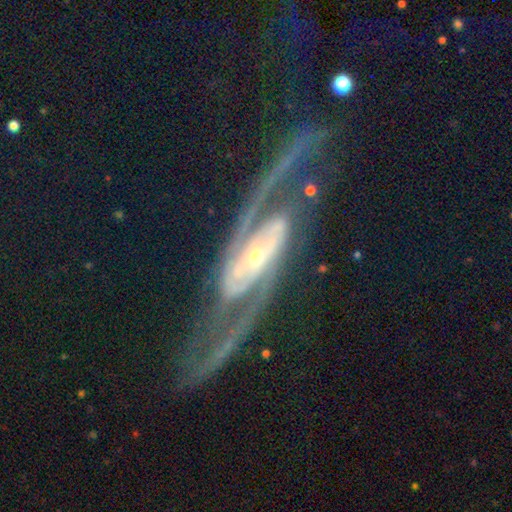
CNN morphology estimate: Overall: featured or disk (91%). Edge-on disk: no (93%). Bar: strong (36%; no 35%). Spiral arms: yes (98%). Spiral arm count: 2 (92%). Spiral winding: medium (51%; loose 30%). Bulge size: small (63%; moderate 32%). Merging: none (72%).